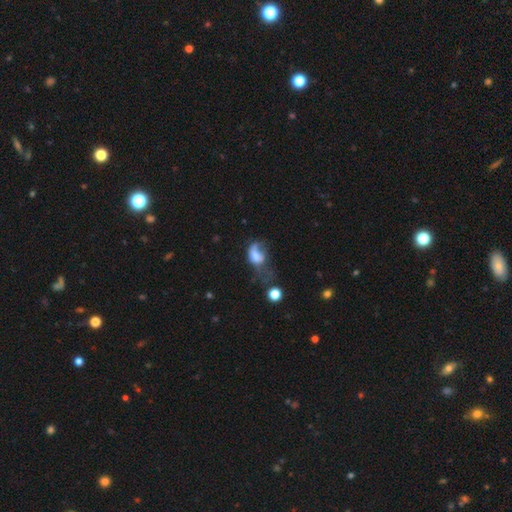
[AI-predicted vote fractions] This is possibly a smooth galaxy (56%). How rounded: likely in between (75%). Merging: possibly major disturbance (57%).